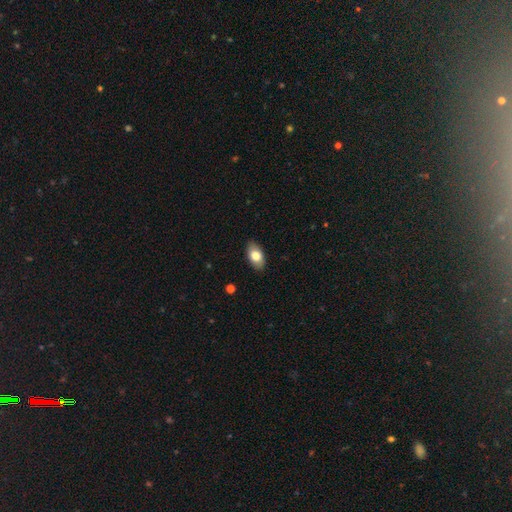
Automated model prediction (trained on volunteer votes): This is likely a smooth galaxy (78%). How rounded: clearly in between (92%). Merging: clearly none (88%).